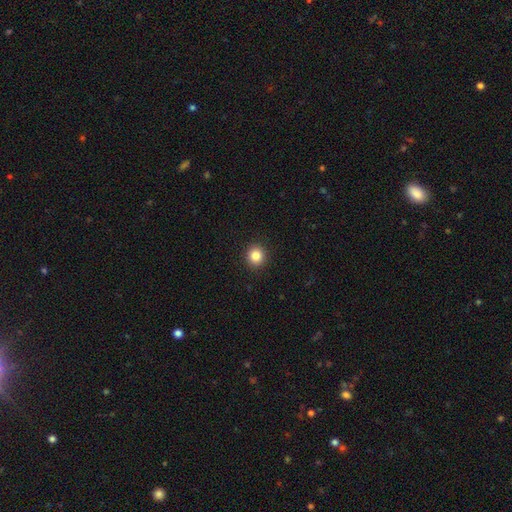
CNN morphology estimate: A smooth galaxy with no disk features (85%) that is round (91%).

Vote fractions:
- Smooth or featured? smooth: 85% / star or artifact: 11% / featured or disk: 5%
- How rounded? round: 91% / in between: 8% / cigar-shaped: 1%
- Merging? none: 93% / minor disturbance: 5% / major disturbance: 2% / merger: 1%